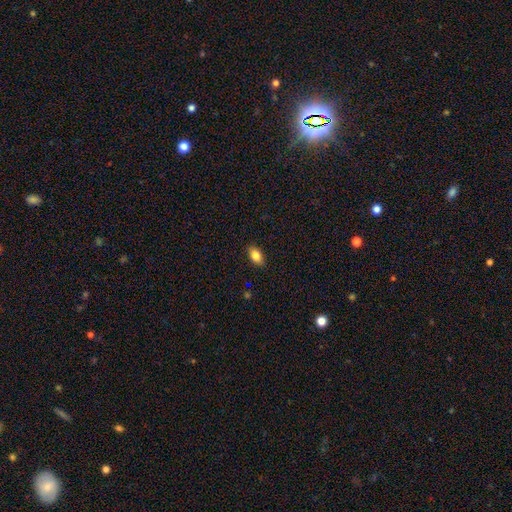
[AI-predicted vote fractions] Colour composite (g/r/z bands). It shows a smooth galaxy with no disk features (84%) that is in between round and cigar-shaped (89%). Merging: none (88%).